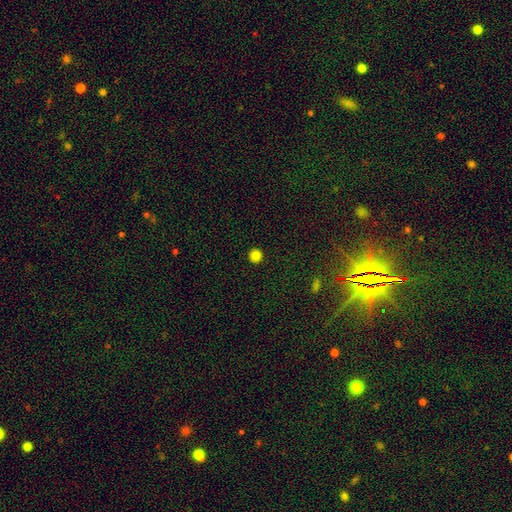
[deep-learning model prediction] Smooth or featured?
  - smooth: 84% *
  - star or artifact: 13%
  - featured or disk: 3%
How rounded?
  - round: 95% *
  - in between: 4%
  - cigar-shaped: 1%
Merging?
  - none: 93% *
  - minor disturbance: 4%
  - major disturbance: 2%
  - merger: 1%